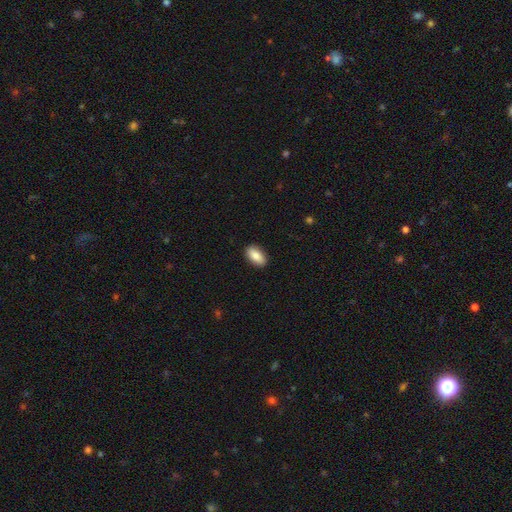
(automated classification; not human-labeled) A smooth galaxy with no disk features (86%) that is in between round and cigar-shaped (91%). Merging: none (89%).